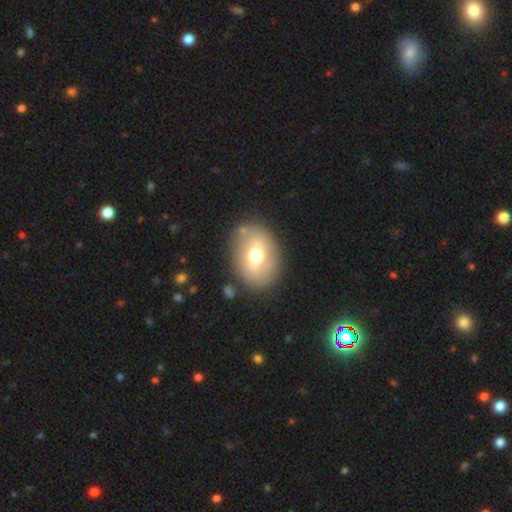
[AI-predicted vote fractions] Overall: smooth (56%; featured or disk 35%). How rounded: in between (71%). Merging: none (82%).